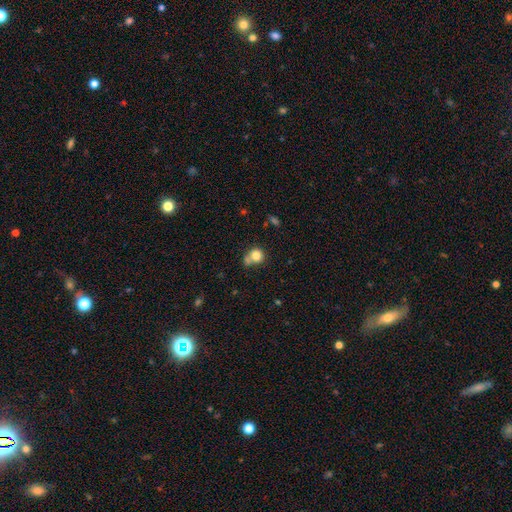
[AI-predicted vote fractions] smooth-or-featured: smooth: 81% | star or artifact: 10% | featured or disk: 9%
  how-rounded: round: 83% | in between: 16% | cigar-shaped: 1%
  merging: none: 47% | merger: 32% | minor disturbance: 14% | major disturbance: 7%